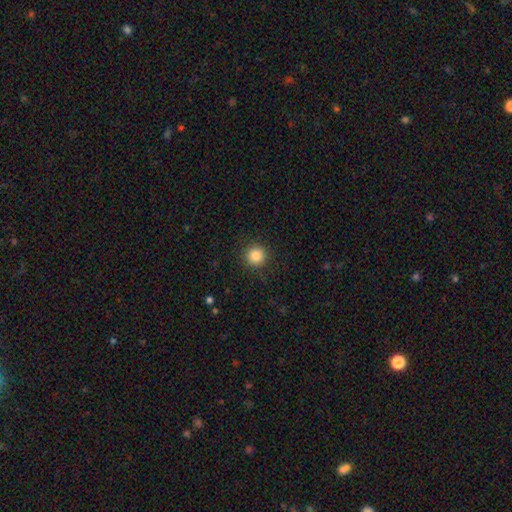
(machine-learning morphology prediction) Smooth or featured?
  - smooth: 85% *
  - star or artifact: 10%
  - featured or disk: 4%
How rounded?
  - round: 95% *
  - in between: 4%
  - cigar-shaped: 1%
Merging?
  - none: 91% *
  - minor disturbance: 6%
  - major disturbance: 2%
  - merger: 1%